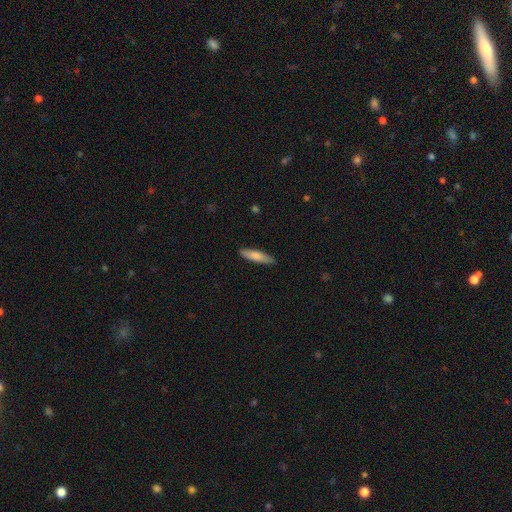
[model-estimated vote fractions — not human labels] Smooth or featured? Predicted: smooth (p=0.78). How rounded? Predicted: cigar-shaped (p=0.79). Merging? Predicted: none (p=0.88).